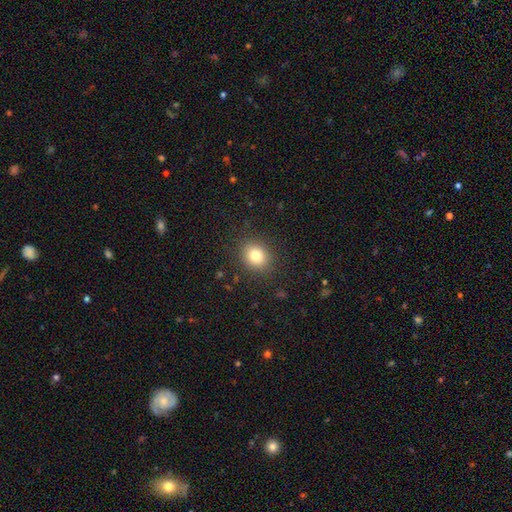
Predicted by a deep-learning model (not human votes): Morphology: type=smooth (81%); roundness=round (68%); merging=none (87%).